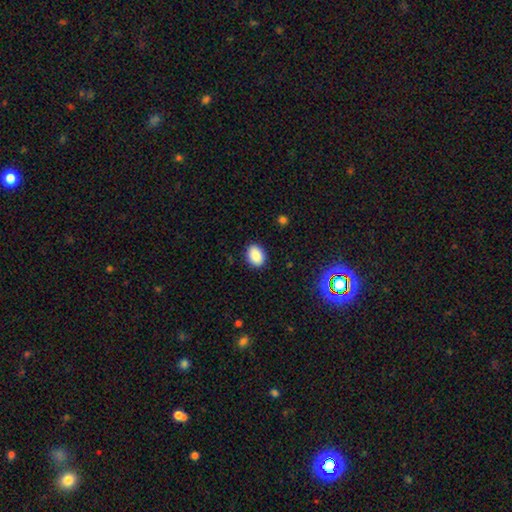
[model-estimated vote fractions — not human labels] smooth_or_featured: smooth (p=0.87) [alt: star or artifact p=0.09]
how_rounded: in between (p=0.70) [alt: round p=0.29]
merging: none (p=0.89) [alt: minor disturbance p=0.08]